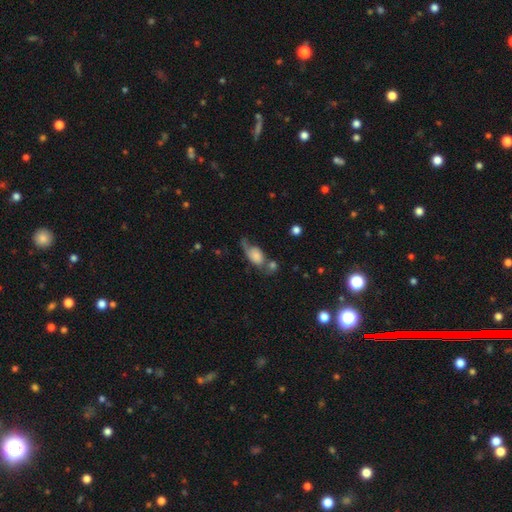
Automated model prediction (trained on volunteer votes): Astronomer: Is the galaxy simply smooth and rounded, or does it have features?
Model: smooth — 64%.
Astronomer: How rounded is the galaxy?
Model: in between — 79%.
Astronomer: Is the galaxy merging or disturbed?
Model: none — 26% (runner-up: major disturbance, 25%).